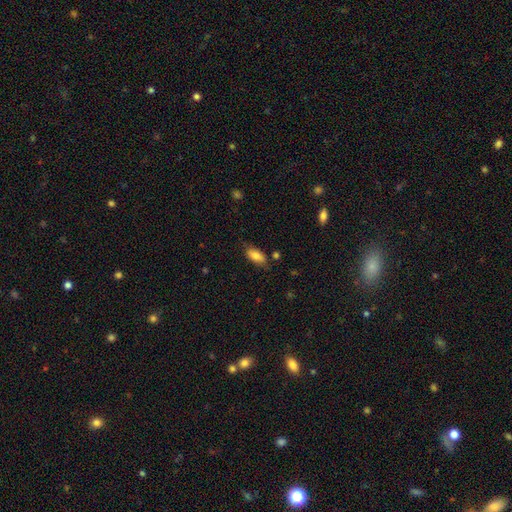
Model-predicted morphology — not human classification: Smooth or featured?
  - smooth: 81% *
  - featured or disk: 12%
  - star or artifact: 7%
How rounded?
  - in between: 87% *
  - cigar-shaped: 10%
  - round: 3%
Merging?
  - none: 73% *
  - minor disturbance: 20%
  - major disturbance: 4%
  - merger: 3%